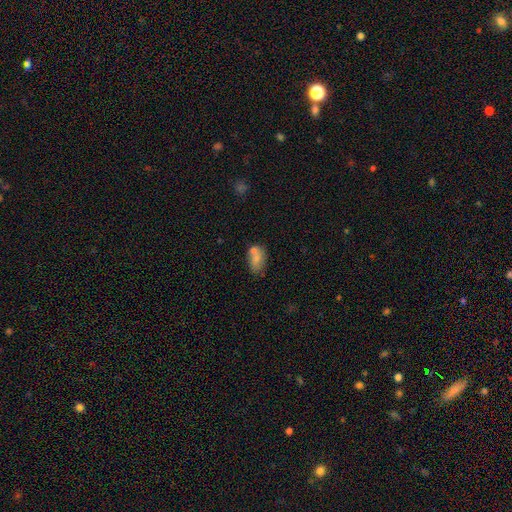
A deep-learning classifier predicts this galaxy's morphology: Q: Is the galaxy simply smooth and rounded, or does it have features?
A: smooth — 71%.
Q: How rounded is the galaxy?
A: in between — 84%.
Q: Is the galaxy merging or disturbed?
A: merger — 38%.